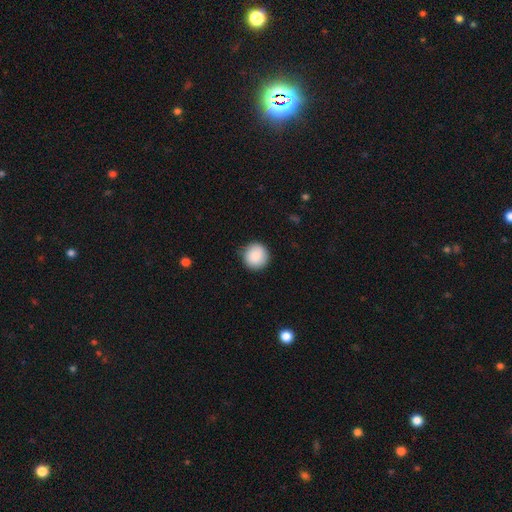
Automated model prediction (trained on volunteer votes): This is clearly a smooth galaxy (87%). How rounded: clearly round (95%). Merging: clearly none (86%).